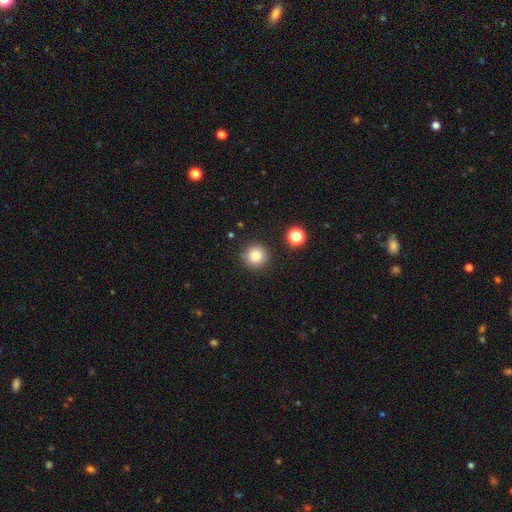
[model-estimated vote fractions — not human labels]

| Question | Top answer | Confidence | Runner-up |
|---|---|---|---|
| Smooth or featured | smooth | 83% | star or artifact (11%) |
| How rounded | round | 95% | in between (4%) |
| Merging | none | 87% | minor disturbance (8%) |